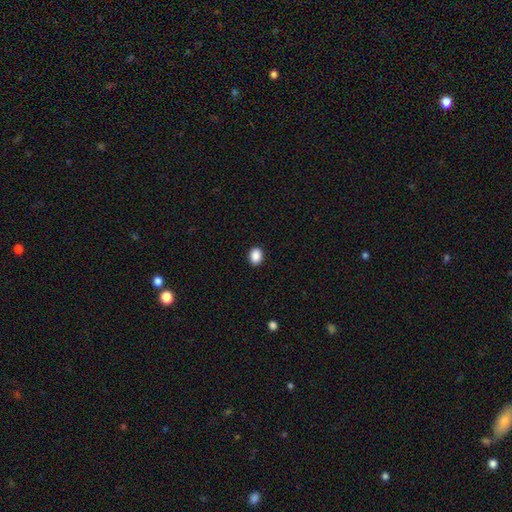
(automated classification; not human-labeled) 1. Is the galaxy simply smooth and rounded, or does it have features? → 89% smooth, 8% star or artifact, 2% featured or disk.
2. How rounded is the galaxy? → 59% in between, 40% round, 1% cigar-shaped.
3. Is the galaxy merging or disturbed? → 91% none, 6% minor disturbance, 2% major disturbance, 1% merger.